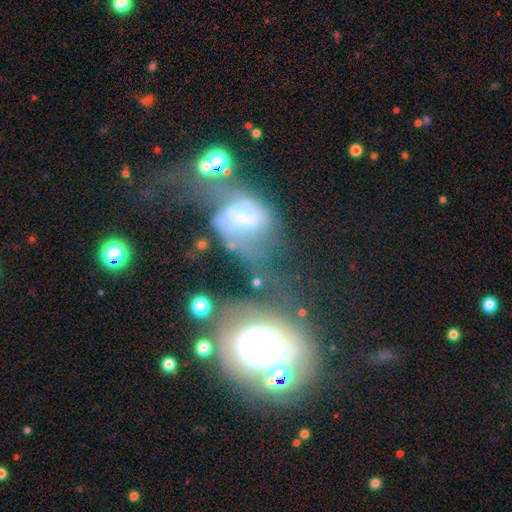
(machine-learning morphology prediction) featured or disk 63%, smooth 18%, star or artifact 18%. Down the decision tree: edge-on disk — no (95%); bar — no (38%); spiral arms — yes (70%); bulge size — none (25%); merging — major disturbance (30%).